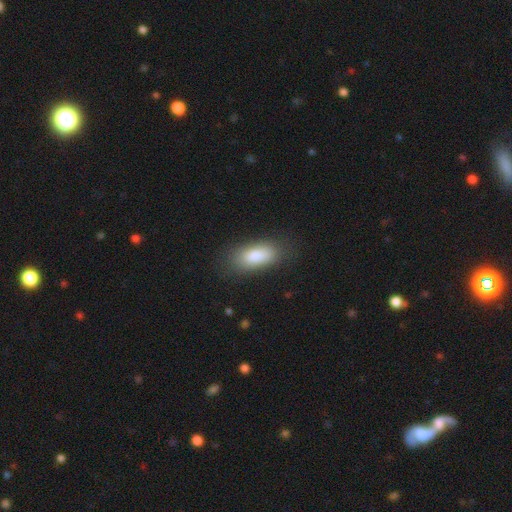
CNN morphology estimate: type=smooth (83%); roundness=in between (87%); merging=none (80%).